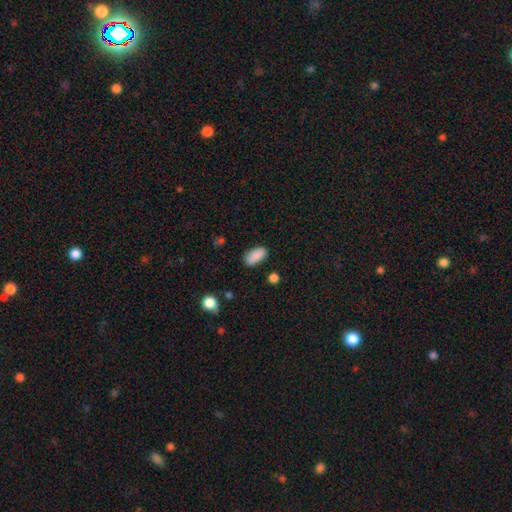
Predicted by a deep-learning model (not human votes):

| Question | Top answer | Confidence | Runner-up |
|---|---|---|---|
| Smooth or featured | smooth | 88% | star or artifact (8%) |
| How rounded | in between | 91% | cigar-shaped (6%) |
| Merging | none | 82% | minor disturbance (13%) |